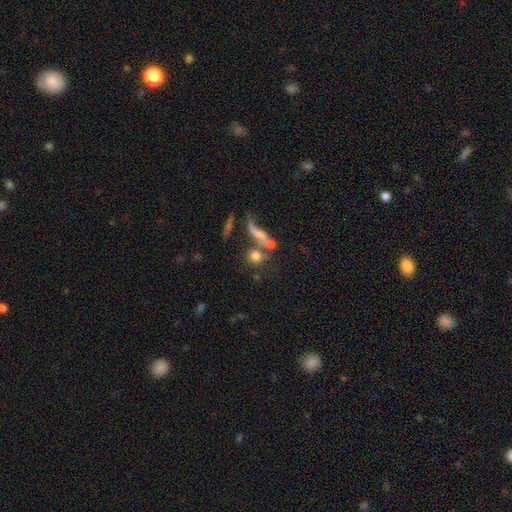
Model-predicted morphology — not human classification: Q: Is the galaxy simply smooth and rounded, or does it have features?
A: smooth — 69%.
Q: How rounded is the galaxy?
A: round — 74%.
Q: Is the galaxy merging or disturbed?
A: none — 44%.